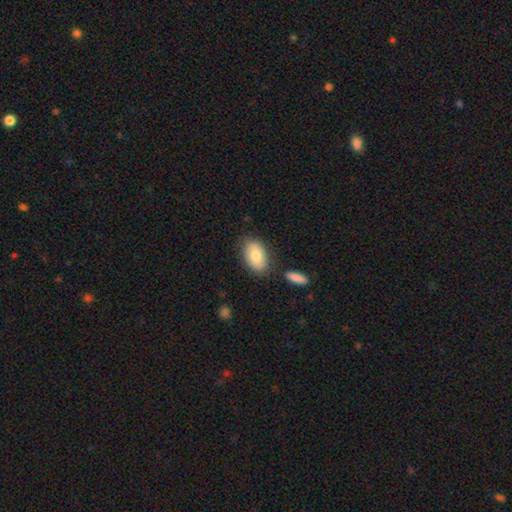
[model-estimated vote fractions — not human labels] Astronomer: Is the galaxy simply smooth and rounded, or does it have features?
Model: smooth — 79%.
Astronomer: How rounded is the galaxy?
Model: in between — 91%.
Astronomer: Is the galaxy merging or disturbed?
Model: none — 77%.